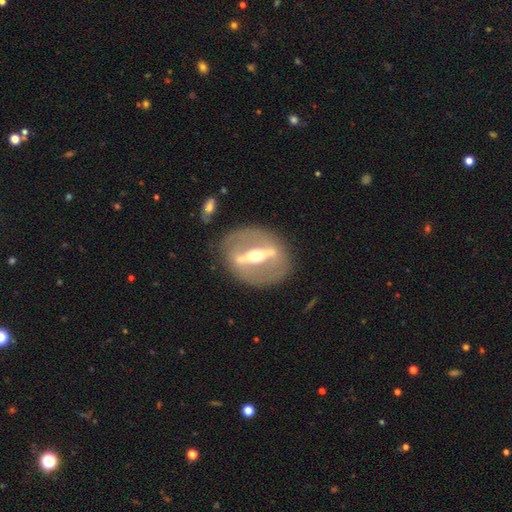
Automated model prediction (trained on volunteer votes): This is clearly a featured or disk galaxy (84%). It is likely not viewed edge-on (63%). Bar: clearly strong (87%). Spiral arm pattern: likely no (79%). Central bulge: likely moderate (71%). Merging: clearly none (82%).